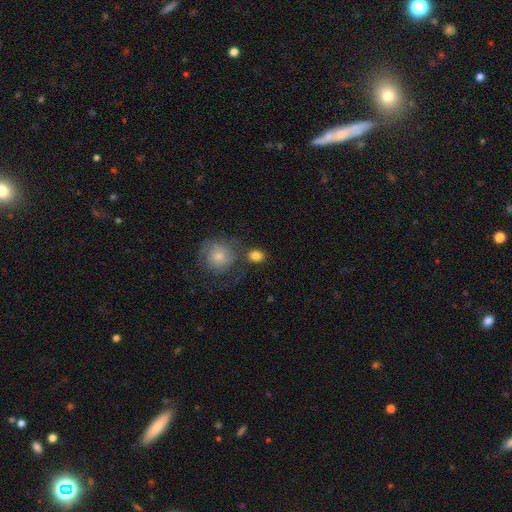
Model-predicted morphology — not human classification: The model was most divided on "how rounded": round: 56%, in between: 43%, cigar-shaped: 1%. More confident: smooth or featured — smooth (82%); merging — none (63%).